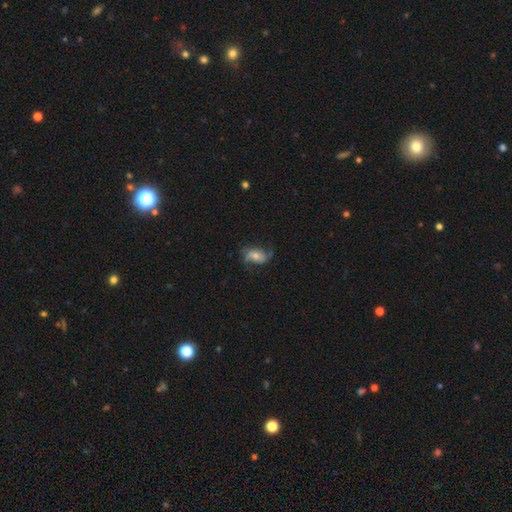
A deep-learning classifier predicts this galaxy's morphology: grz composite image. It shows a featured or disk galaxy (60%) with no bar (62%), spiral arms (87%) and a moderate central bulge (45%). Merging: none (58%).